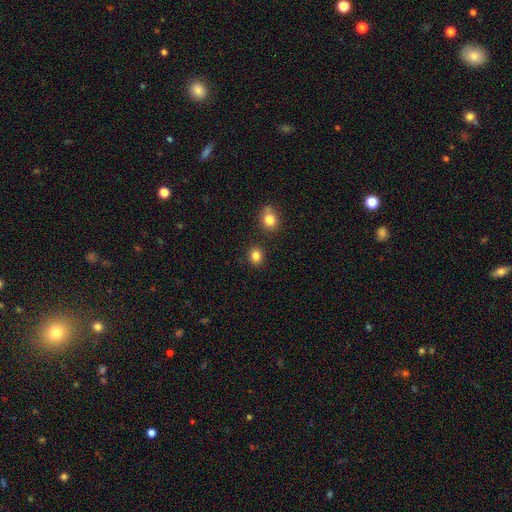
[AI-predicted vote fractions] This appears to be a smooth galaxy with no disk features (84%) that is round (71%). Merging: none (87%).